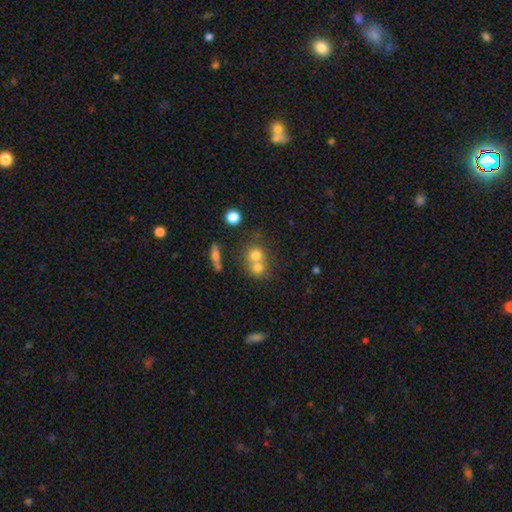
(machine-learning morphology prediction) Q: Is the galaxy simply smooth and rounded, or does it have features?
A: smooth — 70%.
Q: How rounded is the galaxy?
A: round — 80%.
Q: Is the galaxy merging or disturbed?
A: merger — 56%.